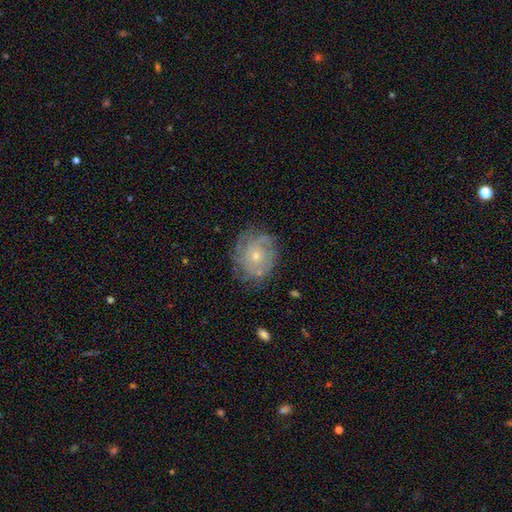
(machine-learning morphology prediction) Overall: featured or disk (70%). Edge-on disk: no (97%). Bar: no (83%). Spiral arms: yes (85%). Spiral arm count: can't tell (48%; 2 17%). Spiral winding: tight (66%; medium 26%). Bulge size: small (59%; moderate 37%). Merging: none (74%).